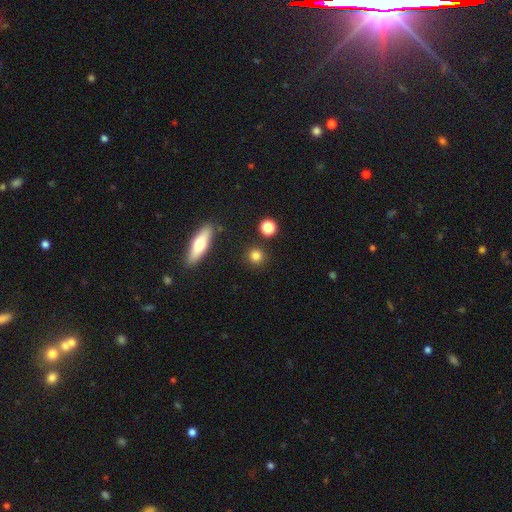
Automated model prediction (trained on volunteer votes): Smooth or featured?
  - smooth: 82% *
  - star or artifact: 10%
  - featured or disk: 7%
How rounded?
  - round: 87% *
  - in between: 10%
  - cigar-shaped: 3%
Merging?
  - none: 88% *
  - minor disturbance: 7%
  - merger: 3%
  - major disturbance: 2%